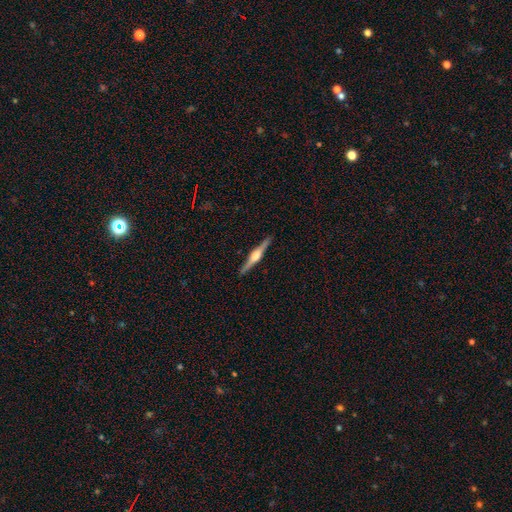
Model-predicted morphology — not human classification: A featured or disk galaxy (82%) viewed edge-on (98%) with a rounded central bulge (90%). Merging: none (92%).